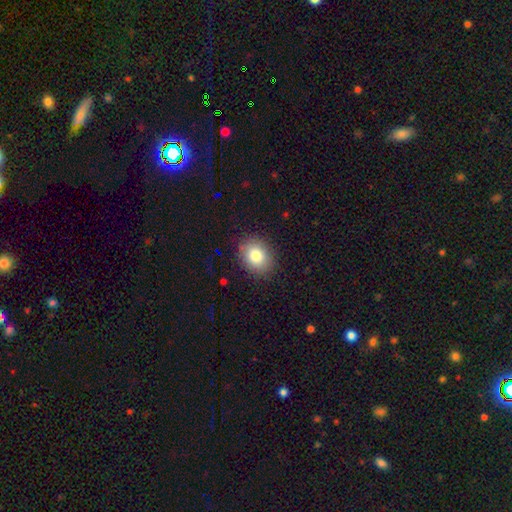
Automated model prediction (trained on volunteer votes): Overall: smooth (82%). How rounded: round (50%; in between 49%). Merging: none (87%).